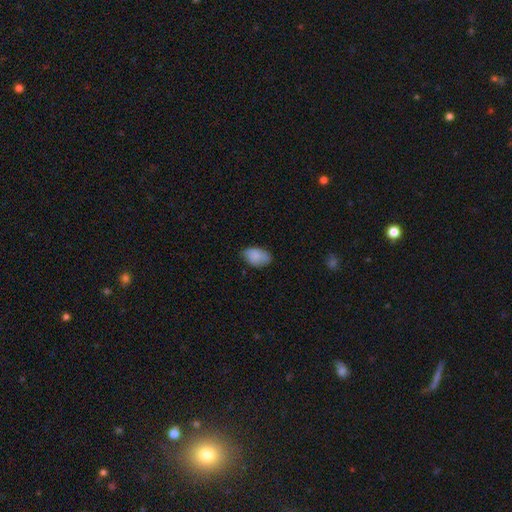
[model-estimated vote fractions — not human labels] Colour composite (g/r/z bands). It shows a smooth galaxy with no disk features (86%) that is in between round and cigar-shaped (90%). Merging: none (71%).